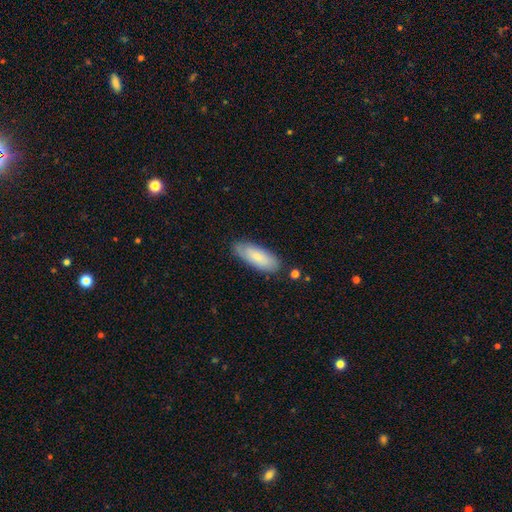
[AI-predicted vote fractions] Morphology: type=smooth (74%); roundness=in between (72%); merging=none (81%).